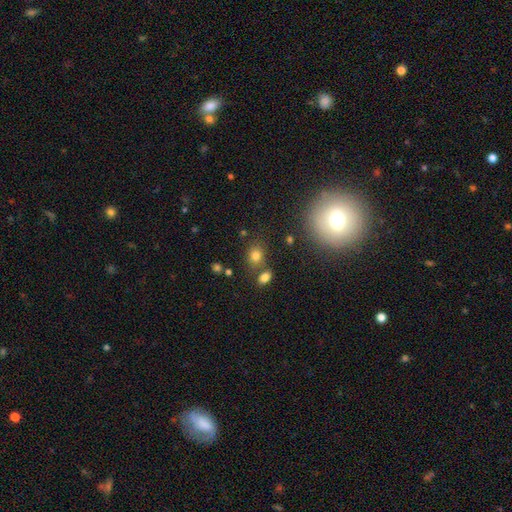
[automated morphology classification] Smooth or featured: smooth — 76% (star or artifact — 16%)
How rounded: round — 55% (in between — 44%)
Merging: none — 69% (merger — 15%)